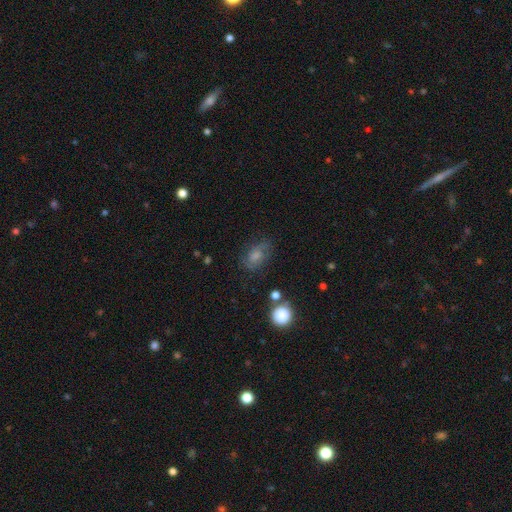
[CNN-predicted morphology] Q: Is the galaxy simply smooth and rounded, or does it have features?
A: smooth — 58%.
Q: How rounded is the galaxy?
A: in between — 78%.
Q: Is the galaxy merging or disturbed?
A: none — 60%.